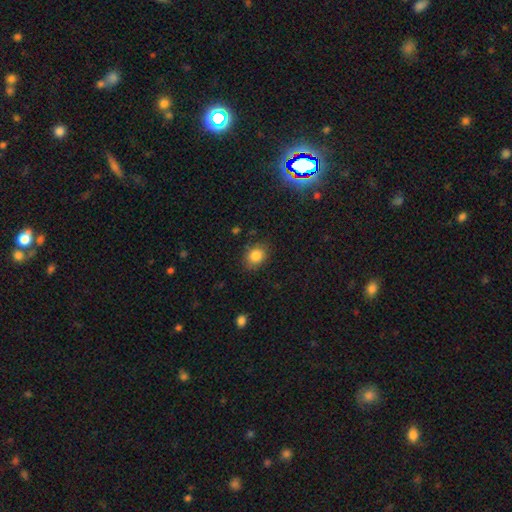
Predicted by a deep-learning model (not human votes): Overall: smooth (84%). How rounded: in between (55%; round 44%). Merging: none (81%).